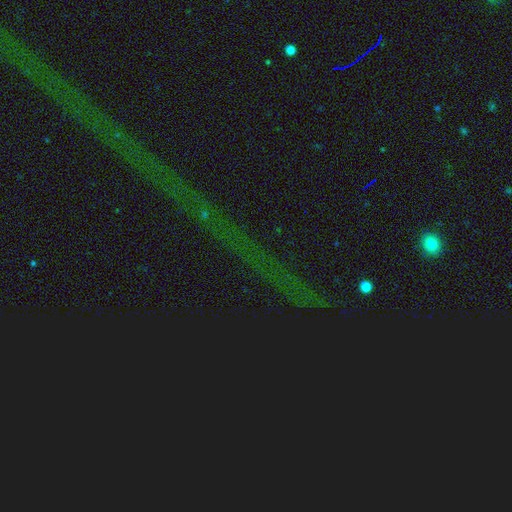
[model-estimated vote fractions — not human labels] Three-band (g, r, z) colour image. It shows a star or artifact, not a galaxy (81%).